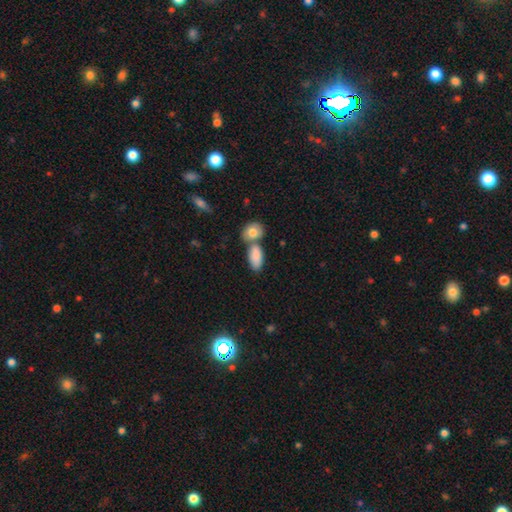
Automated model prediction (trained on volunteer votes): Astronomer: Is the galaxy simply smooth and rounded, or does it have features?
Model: smooth — 85%.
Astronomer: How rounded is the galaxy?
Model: in between — 91%.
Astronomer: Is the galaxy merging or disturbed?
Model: none — 45% (runner-up: merger, 38%).